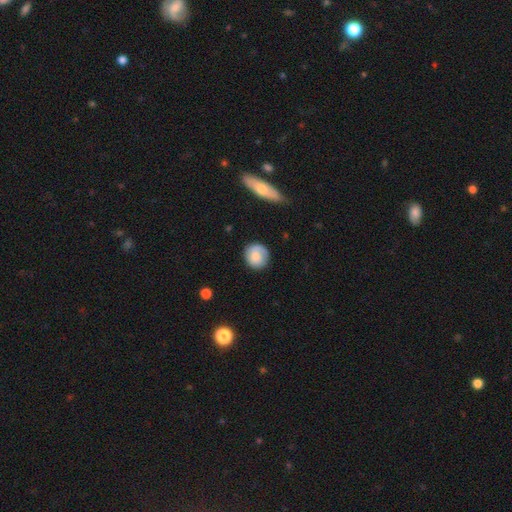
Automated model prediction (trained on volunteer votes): smooth 68%, featured or disk 26%, star or artifact 6%. Down the decision tree: how rounded — round (84%); merging — none (71%).